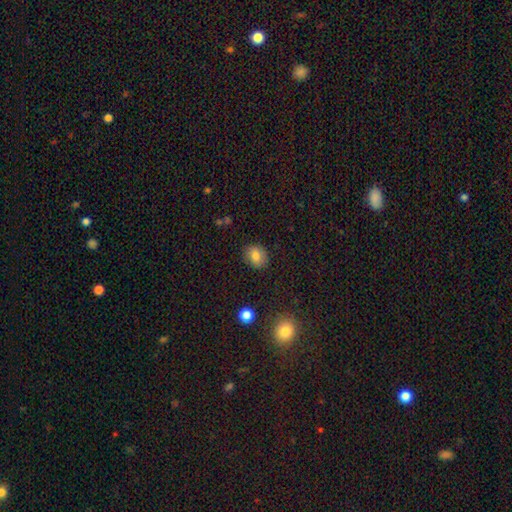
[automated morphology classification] Smooth or featured: smooth — 79% (featured or disk — 10%)
How rounded: round — 58% (in between — 41%)
Merging: none — 86% (minor disturbance — 10%)